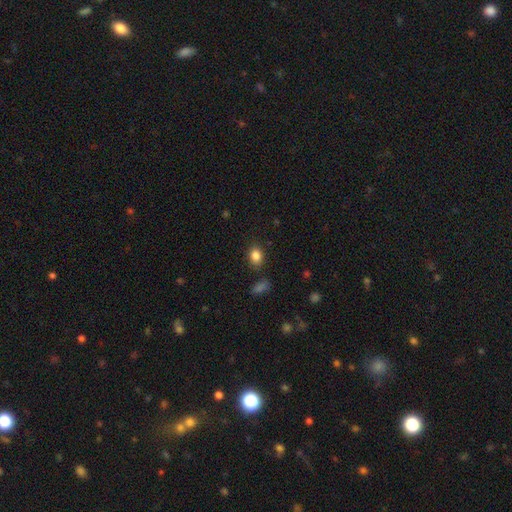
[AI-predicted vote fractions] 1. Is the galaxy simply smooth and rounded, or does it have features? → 85% smooth, 10% star or artifact, 5% featured or disk.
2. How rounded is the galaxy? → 62% in between, 36% round, 1% cigar-shaped.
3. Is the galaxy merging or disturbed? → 82% none, 12% minor disturbance, 3% major disturbance, 3% merger.